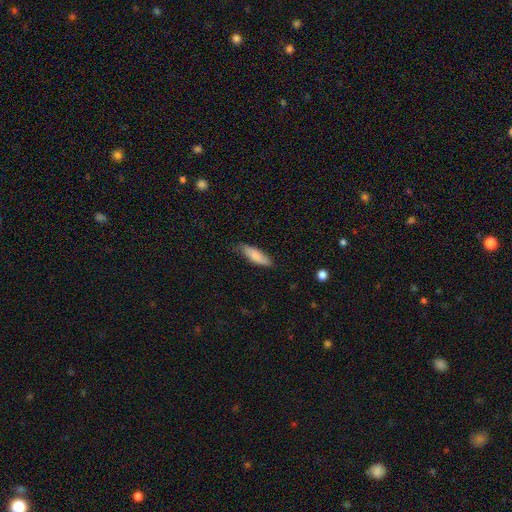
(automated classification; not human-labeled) This appears to be a smooth galaxy with no disk features (78%) that is in between round and cigar-shaped (54%). Merging: none (76%).